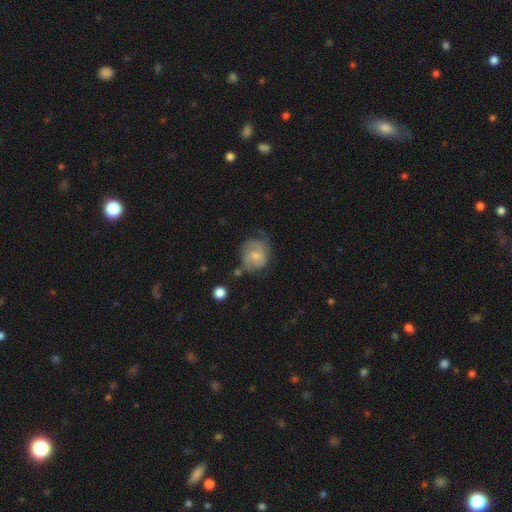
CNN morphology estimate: This appears to be a featured or disk galaxy (66%) with no bar (66%), 2 (44%) tight (43%) spiral arms (89%) and a small central bulge (57%). Merging: none (50%).